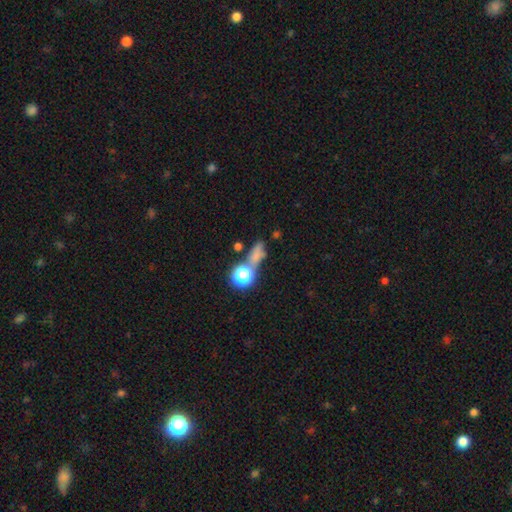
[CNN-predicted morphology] Smooth or featured: smooth — 61% (star or artifact — 26%)
How rounded: in between — 42% (round — 34%)
Merging: none — 51% (merger — 22%)